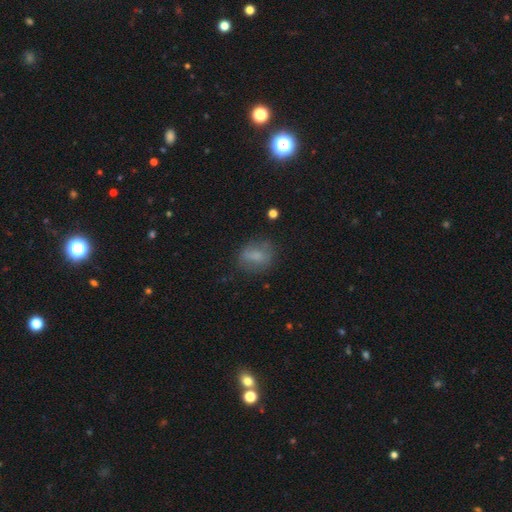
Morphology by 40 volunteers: type=smooth (90%); roundness=round (58%); merging=none (76%).